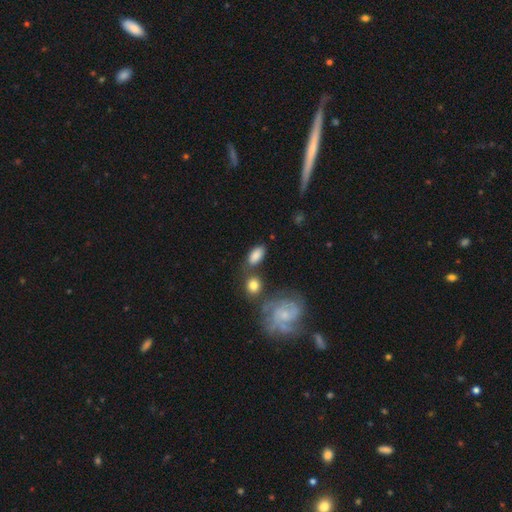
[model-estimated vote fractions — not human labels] The model was most divided on "merging": none: 65%, minor disturbance: 17%, merger: 12%, major disturbance: 6%. More confident: how rounded — in between (87%); smooth or featured — smooth (79%).